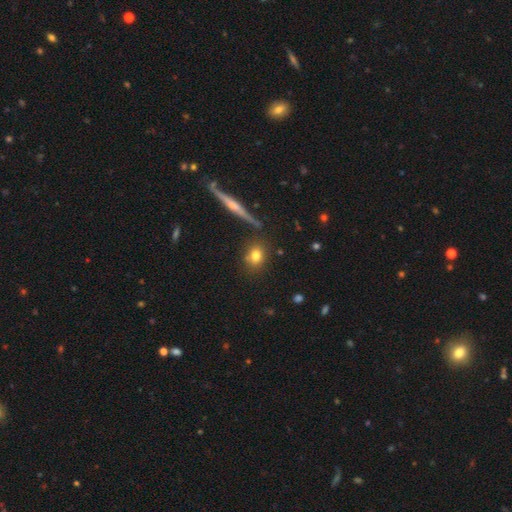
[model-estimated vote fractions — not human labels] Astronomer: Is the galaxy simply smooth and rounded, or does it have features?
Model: smooth — 76%.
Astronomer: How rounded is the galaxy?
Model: round — 54% (runner-up: in between, 41%).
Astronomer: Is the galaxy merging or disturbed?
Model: none — 80%.